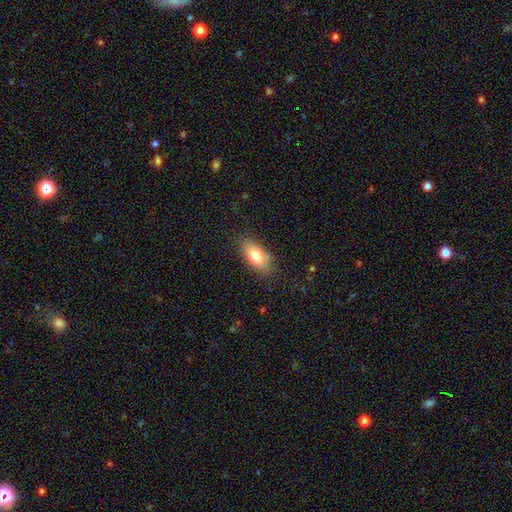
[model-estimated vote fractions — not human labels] Smooth or featured?
  - smooth: 77% *
  - featured or disk: 15%
  - star or artifact: 8%
How rounded?
  - in between: 87% *
  - cigar-shaped: 9%
  - round: 4%
Merging?
  - none: 84% *
  - minor disturbance: 12%
  - major disturbance: 3%
  - merger: 1%